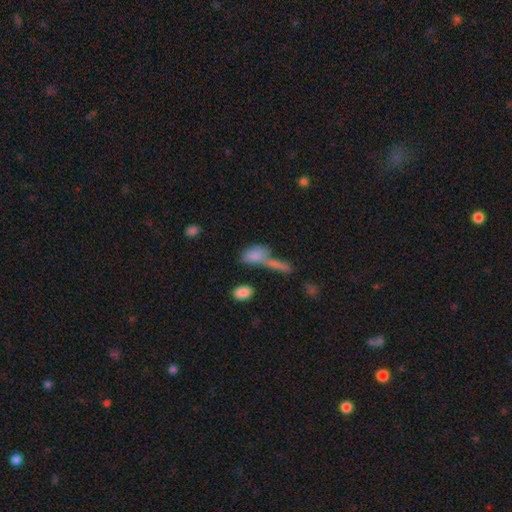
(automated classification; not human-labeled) Smooth or featured? Predicted: smooth (p=0.77). How rounded? Predicted: in between (p=0.82). Merging? Predicted: merger (p=0.44).